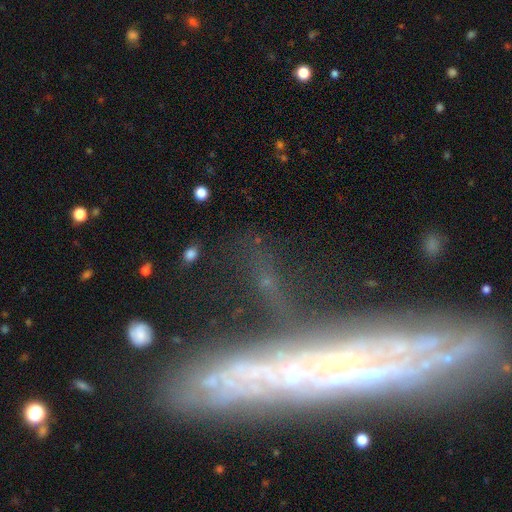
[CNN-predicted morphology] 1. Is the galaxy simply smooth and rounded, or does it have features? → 55% featured or disk, 23% smooth, 22% star or artifact.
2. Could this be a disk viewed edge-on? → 54% no, 46% yes.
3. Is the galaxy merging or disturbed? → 67% none, 17% minor disturbance, 10% major disturbance, 6% merger.